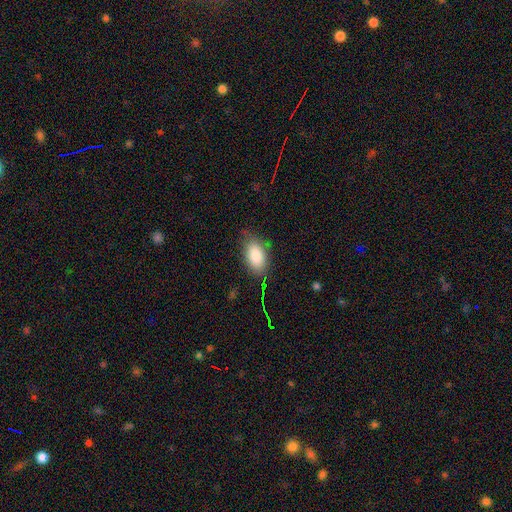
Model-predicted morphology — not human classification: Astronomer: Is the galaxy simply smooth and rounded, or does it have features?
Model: smooth — 86%.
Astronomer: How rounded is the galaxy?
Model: in between — 92%.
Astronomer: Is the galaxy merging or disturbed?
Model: none — 75%.